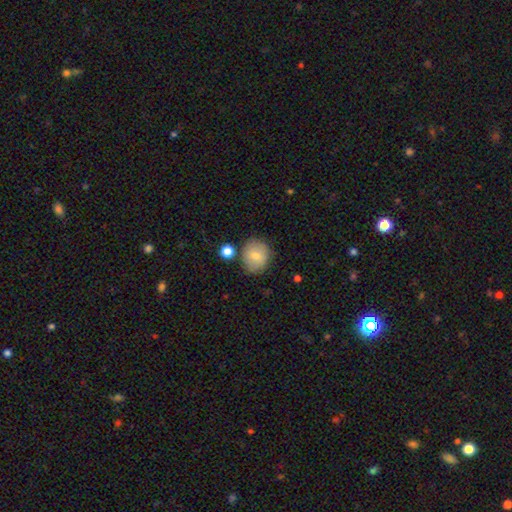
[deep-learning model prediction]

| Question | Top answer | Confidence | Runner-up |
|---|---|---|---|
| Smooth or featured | smooth | 73% | featured or disk (17%) |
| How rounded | round | 74% | in between (25%) |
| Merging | none | 76% | minor disturbance (14%) |